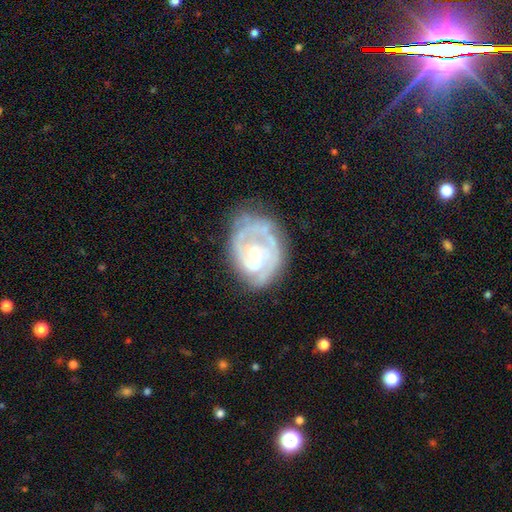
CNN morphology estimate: Smooth or featured? Predicted: featured or disk (p=0.83). Edge-on disk? Predicted: no (p=0.98). Bar? Predicted: no (p=0.71). Spiral arms? Predicted: yes (p=0.90). Spiral winding? Predicted: tight (p=0.67). Spiral arm count? Predicted: 2 (p=0.36). Bulge size? Predicted: small (p=0.68). Merging? Predicted: none (p=0.56).